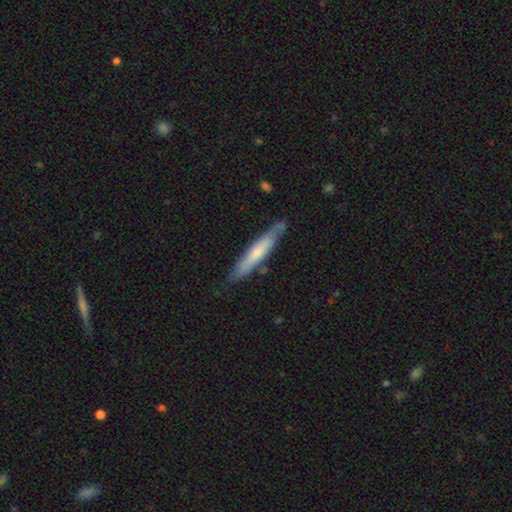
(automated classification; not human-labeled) The model was most divided on "smooth or featured": featured or disk: 48%, smooth: 45%, star or artifact: 7%. More confident: merging — none (81%).